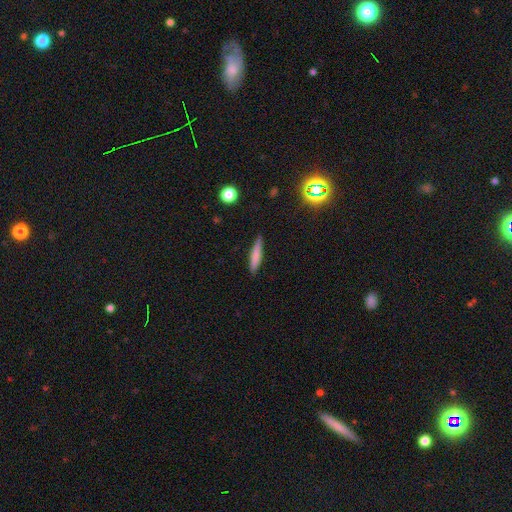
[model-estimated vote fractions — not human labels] Smooth or featured: smooth — 74% (featured or disk — 19%)
How rounded: cigar-shaped — 90% (in between — 9%)
Merging: none — 87% (minor disturbance — 10%)